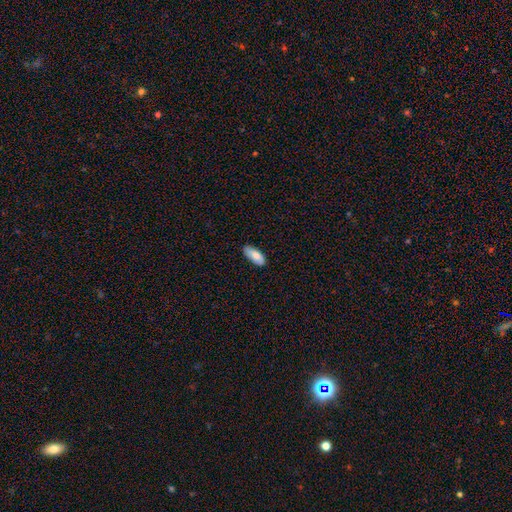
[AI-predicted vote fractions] A smooth galaxy with no disk features (82%) that is in between round and cigar-shaped (86%). Merging: none (83%).